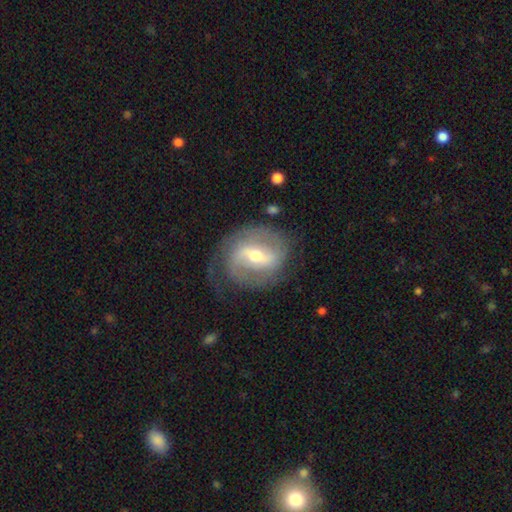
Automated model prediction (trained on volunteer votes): A featured or disk galaxy (81%) with a weak bar (44%), 2 (75%) medium (43%) spiral arms (87%) and a moderate central bulge (64%).

Vote fractions:
- Smooth or featured? featured or disk: 81% / smooth: 13% / star or artifact: 6%
- Edge-on disk? no: 96% / yes: 4%
- Bar? weak: 44% / strong: 43% / no: 13%
- Spiral arms? yes: 87% / no: 13%
- Spiral winding? medium: 43% / tight: 31% / loose: 26%
- Spiral arm count? 2: 75% / can't tell: 13% / 1: 5% / 3: 4% / 4: 2% / more than 4: 1%
- Bulge size? moderate: 64% / small: 30% / large: 4% / none: 1% / dominant: 1%
- Merging? none: 67% / minor disturbance: 19% / major disturbance: 13% / merger: 2%